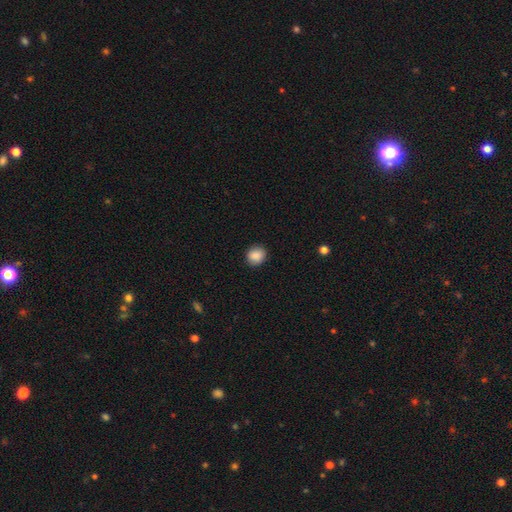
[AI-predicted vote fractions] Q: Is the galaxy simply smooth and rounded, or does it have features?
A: smooth — 88%.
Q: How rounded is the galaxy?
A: round — 74%.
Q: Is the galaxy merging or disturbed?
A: none — 88%.